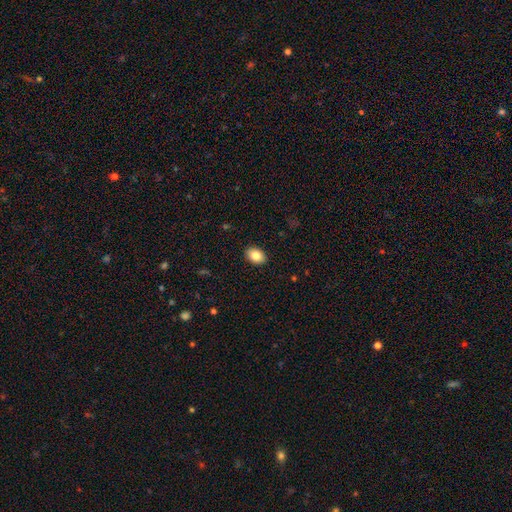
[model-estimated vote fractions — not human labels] Smooth or featured: smooth — 84% (featured or disk — 8%)
How rounded: in between — 80% (round — 19%)
Merging: none — 91% (minor disturbance — 7%)